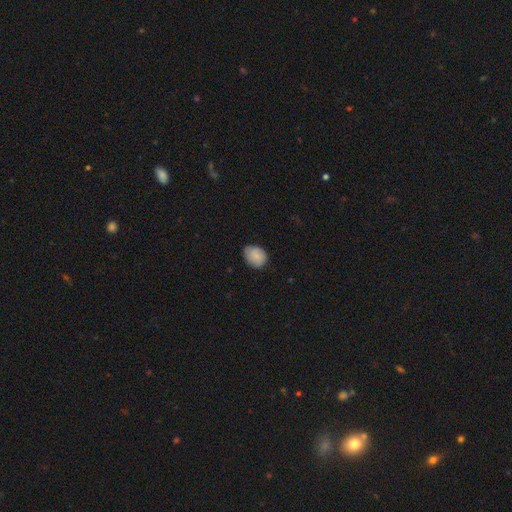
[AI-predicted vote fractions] Morphology: type=smooth (83%); roundness=in between (53%); merging=none (73%).